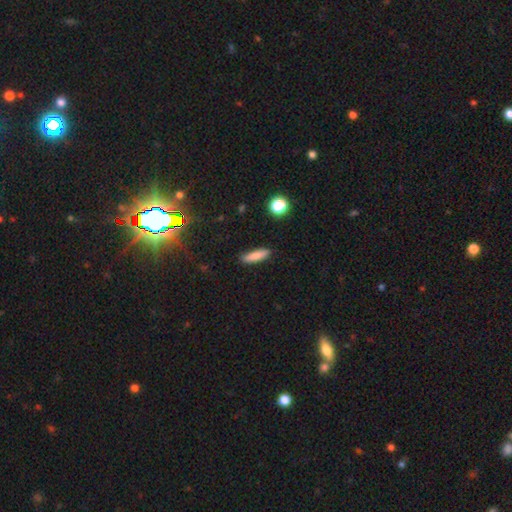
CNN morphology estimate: type=smooth (82%); roundness=cigar-shaped (71%); merging=none (88%).